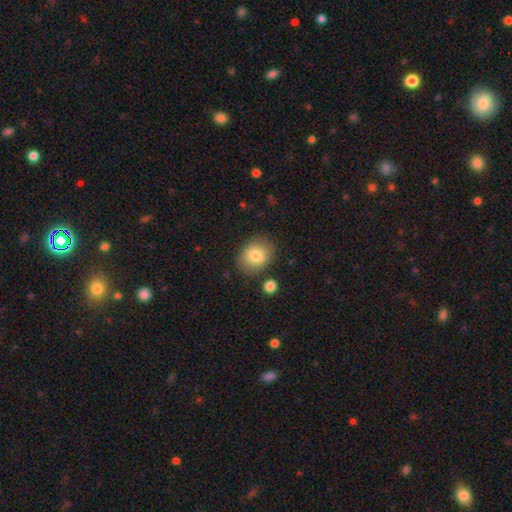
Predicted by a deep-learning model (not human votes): This appears to be a smooth galaxy with no disk features (80%) that is in between round and cigar-shaped (53%). Merging: none (78%).